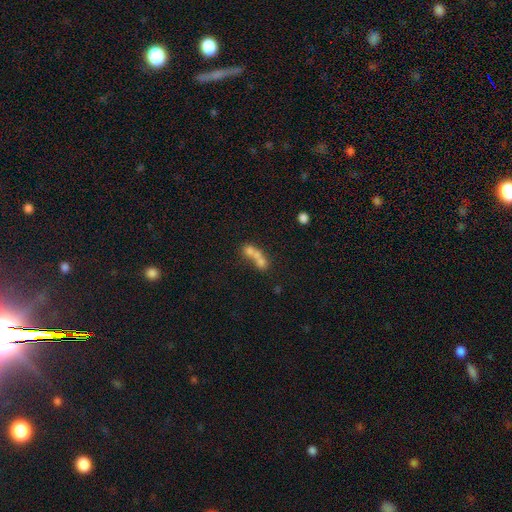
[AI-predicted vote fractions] Smooth or featured: smooth — 59% (featured or disk — 28%)
How rounded: round — 45% (in between — 41%)
Merging: merger — 67% (none — 20%)